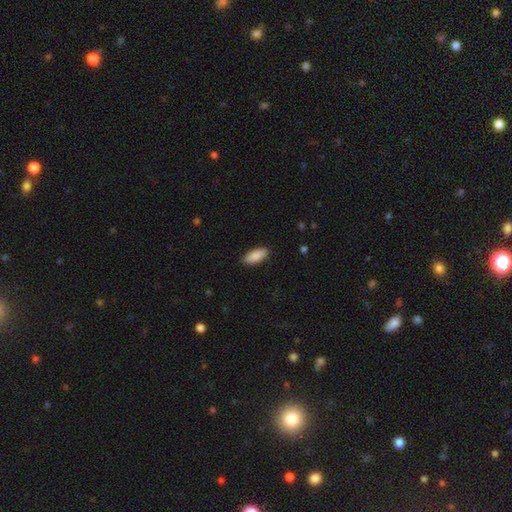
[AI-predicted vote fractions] smooth 89%, star or artifact 6%, featured or disk 6%. Down the decision tree: how rounded — in between (87%); merging — none (88%).